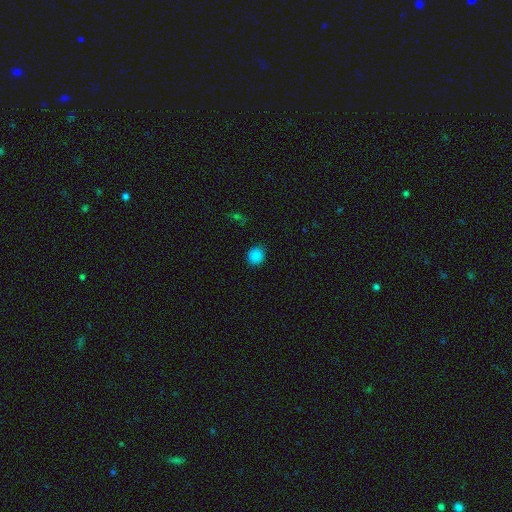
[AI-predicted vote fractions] Q: Smooth or featured?
A: smooth (85%); runner-up: star or artifact (12%)
Q: How rounded?
A: round (83%); runner-up: in between (16%)
Q: Merging?
A: none (89%); runner-up: minor disturbance (8%)